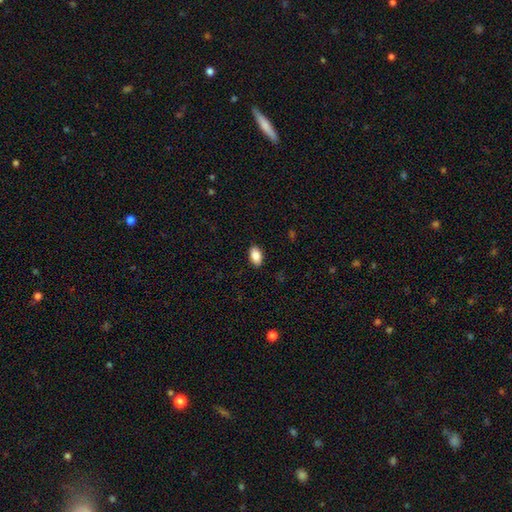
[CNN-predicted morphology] smooth 88%, star or artifact 7%, featured or disk 5%. Down the decision tree: how rounded — in between (93%); merging — none (89%).